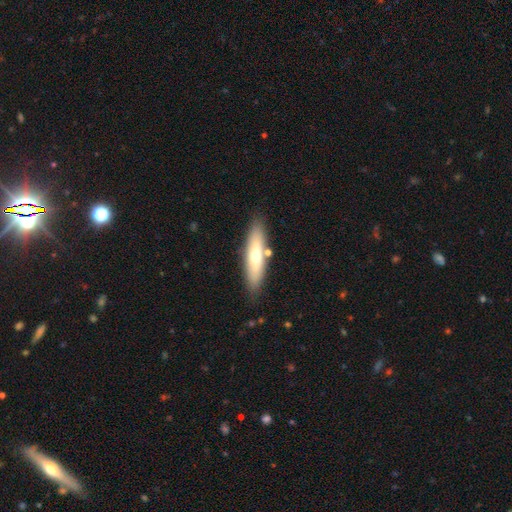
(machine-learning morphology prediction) Smooth or featured?
  - smooth: 55% *
  - featured or disk: 39%
  - star or artifact: 6%
How rounded?
  - cigar-shaped: 66% *
  - in between: 32%
  - round: 2%
Merging?
  - none: 82% *
  - minor disturbance: 11%
  - merger: 5%
  - major disturbance: 2%